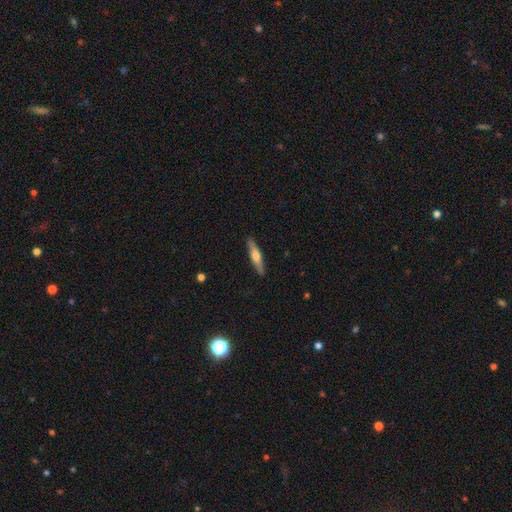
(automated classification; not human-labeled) Smooth or featured? featured or disk (49%)
Merging? none (90%)